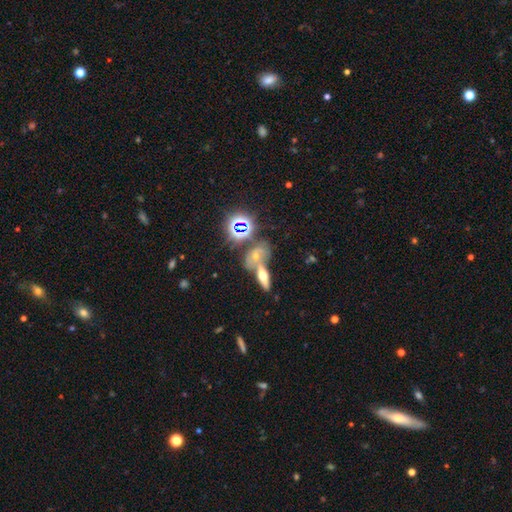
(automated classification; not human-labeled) Q: Smooth or featured?
A: star or artifact (39%); runner-up: smooth (32%)